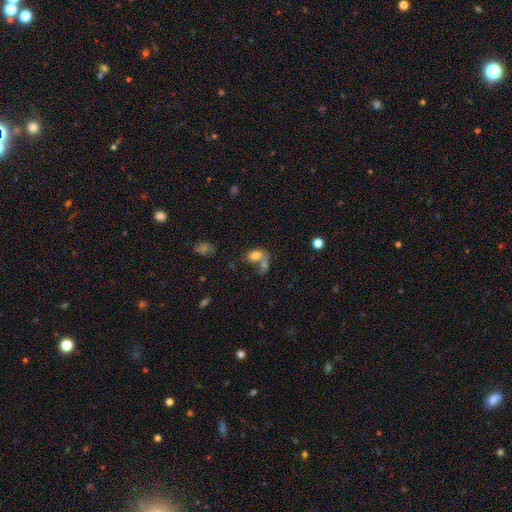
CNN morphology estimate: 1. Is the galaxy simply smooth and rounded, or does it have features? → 74% smooth, 15% featured or disk, 11% star or artifact.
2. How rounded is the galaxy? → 74% in between, 24% round, 2% cigar-shaped.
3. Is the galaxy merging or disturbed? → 55% merger, 25% none, 10% major disturbance, 10% minor disturbance.